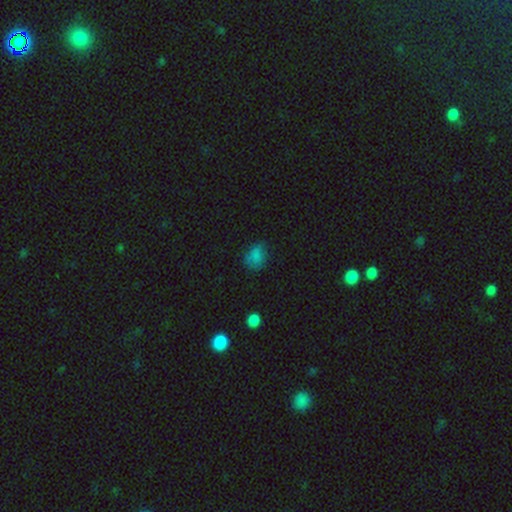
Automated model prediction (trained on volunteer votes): Smooth or featured?
  - smooth: 76% *
  - star or artifact: 16%
  - featured or disk: 9%
How rounded?
  - in between: 57% *
  - round: 41%
  - cigar-shaped: 1%
Merging?
  - none: 62% *
  - minor disturbance: 27%
  - major disturbance: 10%
  - merger: 2%